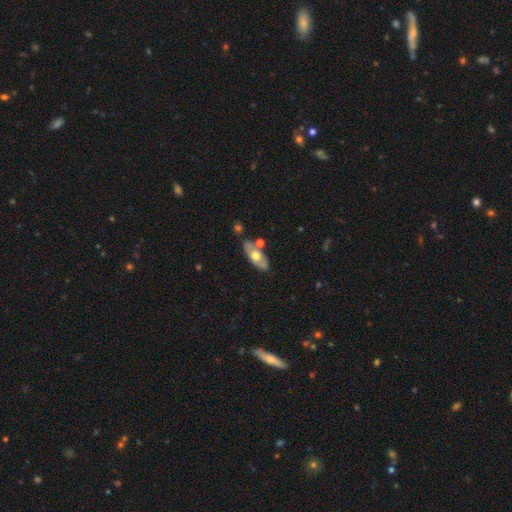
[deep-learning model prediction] The model was most divided on "smooth or featured" (2-way tie): featured or disk: 47%, smooth: 47%, star or artifact: 6%. More confident: merging — none (70%).